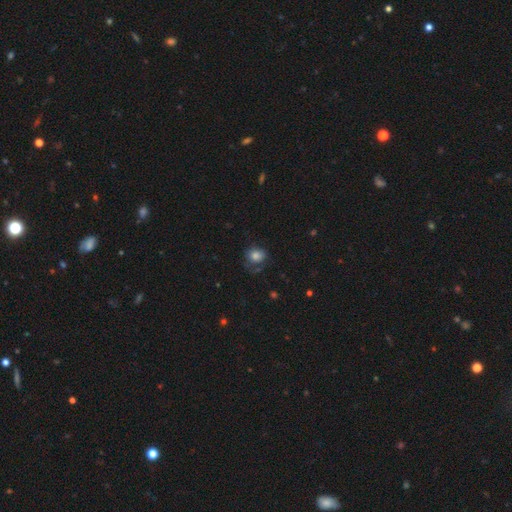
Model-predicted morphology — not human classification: Smooth or featured? smooth (79%)
How rounded? round (69%)
Merging? none (60%)